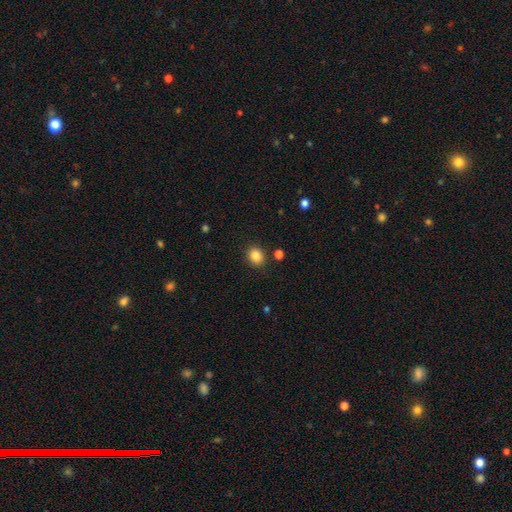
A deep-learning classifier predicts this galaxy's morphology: A smooth galaxy with no disk features (84%) that is round (66%). Merging: none (87%).